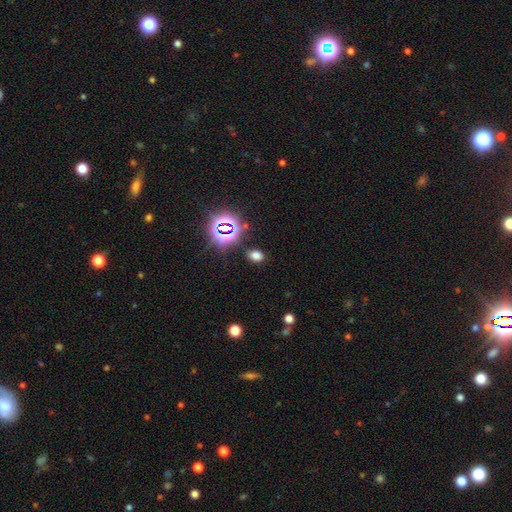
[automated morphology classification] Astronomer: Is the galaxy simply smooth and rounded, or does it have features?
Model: smooth — 67%.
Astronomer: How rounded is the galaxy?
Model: in between — 71%.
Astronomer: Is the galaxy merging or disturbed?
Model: none — 86%.